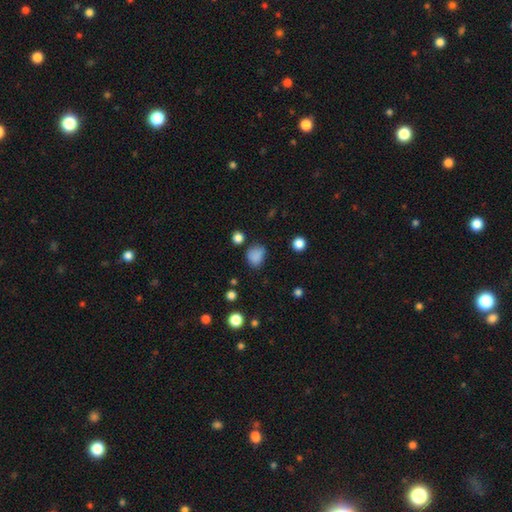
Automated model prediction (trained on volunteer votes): A smooth galaxy with no disk features (82%) that is round (53%).

Vote fractions:
- Smooth or featured? smooth: 82% / star or artifact: 12% / featured or disk: 5%
- How rounded? round: 53% / in between: 46% / cigar-shaped: 1%
- Merging? none: 65% / minor disturbance: 23% / major disturbance: 7% / merger: 5%